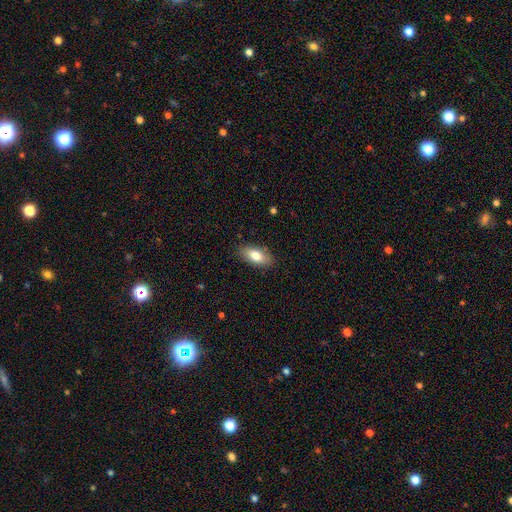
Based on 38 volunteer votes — Q: Smooth or featured?
A: smooth (68%); runner-up: featured or disk (26%)
Q: How rounded?
A: in between (88%); runner-up: round (12%)
Q: Merging?
A: none (86%); runner-up: minor disturbance (11%)